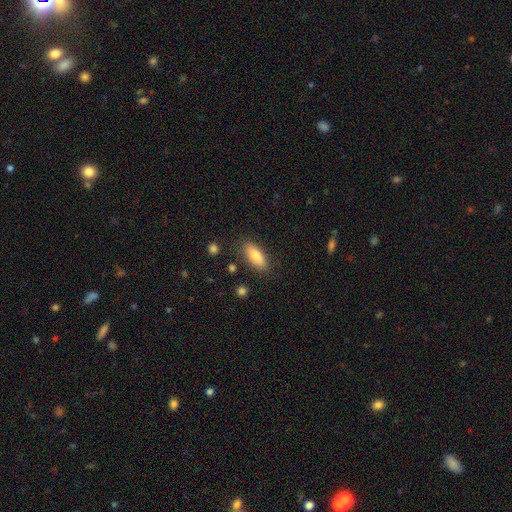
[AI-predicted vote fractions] smooth 79%, featured or disk 15%, star or artifact 7%. Down the decision tree: how rounded — in between (73%); merging — none (84%).